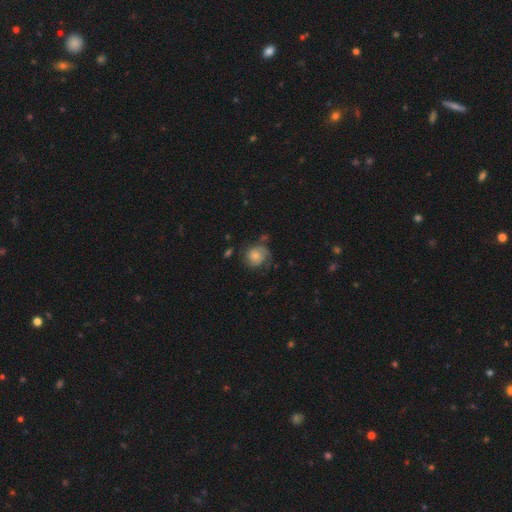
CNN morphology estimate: This appears to be a smooth galaxy with no disk features (55%) that is round (81%). Merging: none (56%).